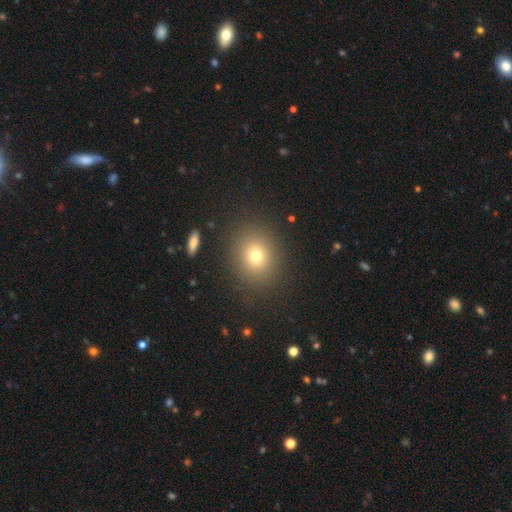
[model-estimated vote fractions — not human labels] This appears to be a smooth galaxy with no disk features (74%) that is round (65%). Merging: none (89%).